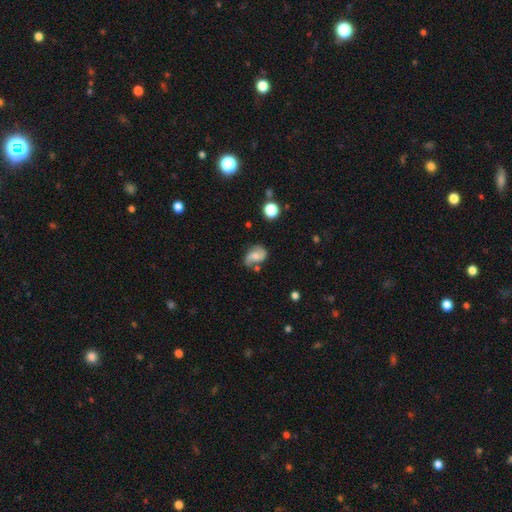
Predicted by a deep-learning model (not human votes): A featured or disk galaxy (62%) with no bar (60%), 2 (85%) loose (48%) spiral arms (90%) and a moderate central bulge (47%). Merging: none (57%).